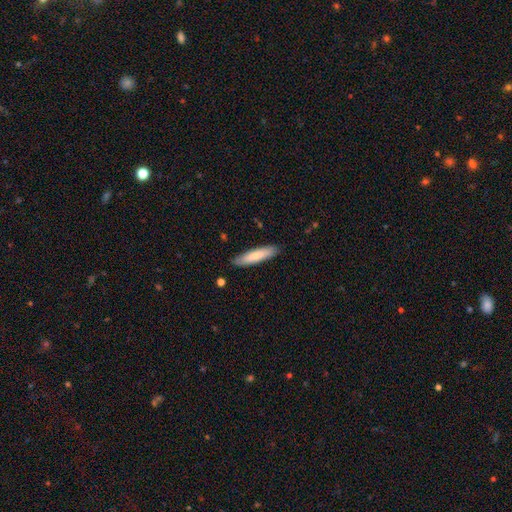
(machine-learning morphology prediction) Smooth or featured?
  - smooth: 78% *
  - featured or disk: 17%
  - star or artifact: 5%
How rounded?
  - cigar-shaped: 81% *
  - in between: 17%
  - round: 1%
Merging?
  - none: 88% *
  - minor disturbance: 9%
  - major disturbance: 2%
  - merger: 1%